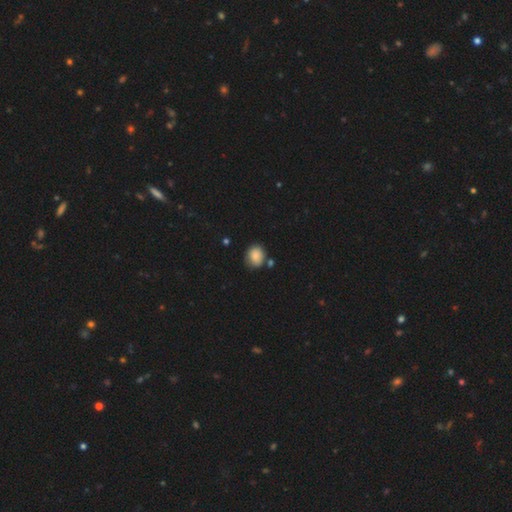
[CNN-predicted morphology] Smooth or featured? Predicted: smooth (p=0.86). How rounded? Predicted: round (p=0.58). Merging? Predicted: none (p=0.72).